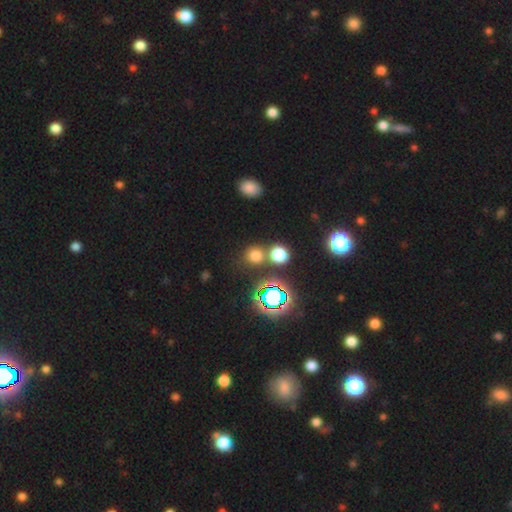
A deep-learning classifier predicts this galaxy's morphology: Smooth or featured: smooth — 67% (star or artifact — 27%)
How rounded: round — 87% (in between — 12%)
Merging: none — 67% (merger — 22%)